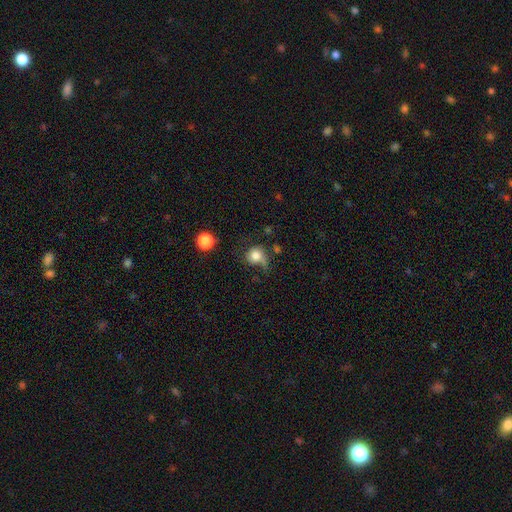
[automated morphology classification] Overall: smooth (77%). How rounded: round (80%). Merging: none (49%; minor disturbance 25%).